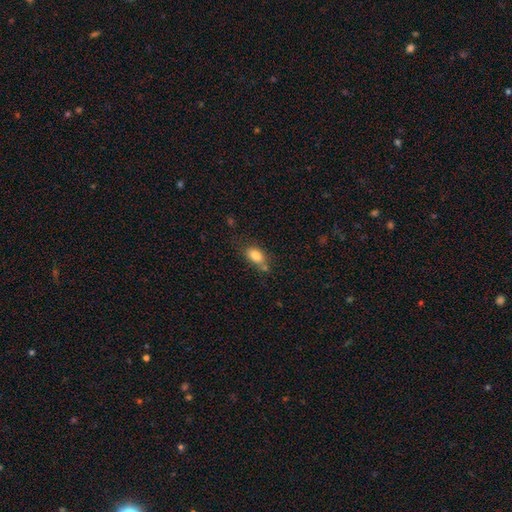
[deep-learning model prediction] Smooth or featured?
  - smooth: 82% *
  - featured or disk: 9%
  - star or artifact: 9%
How rounded?
  - in between: 86% *
  - round: 11%
  - cigar-shaped: 3%
Merging?
  - none: 56% *
  - minor disturbance: 22%
  - merger: 15%
  - major disturbance: 6%